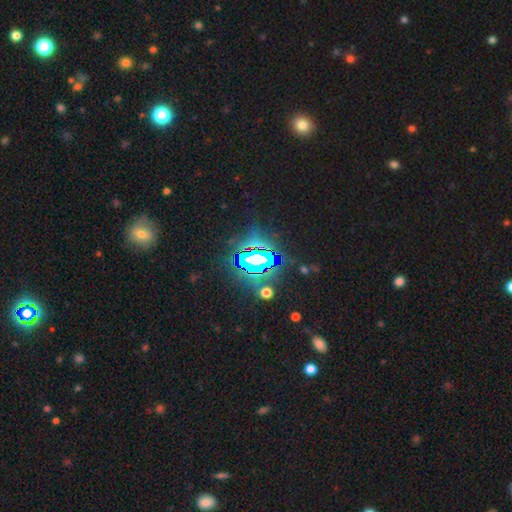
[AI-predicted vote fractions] smooth-or-featured: star or artifact: 75% | smooth: 14% | featured or disk: 11%